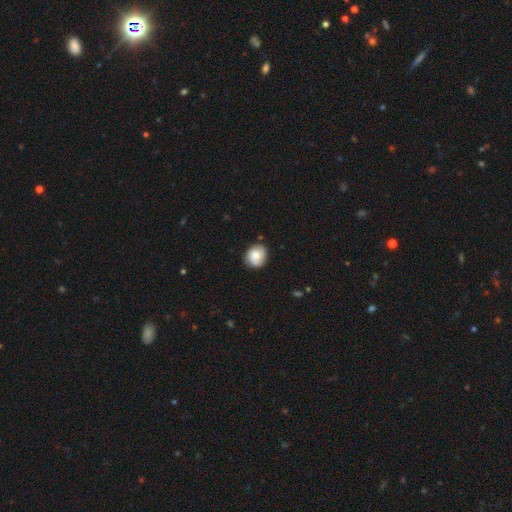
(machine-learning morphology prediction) type=smooth (76%); roundness=round (79%); merging=none (81%).